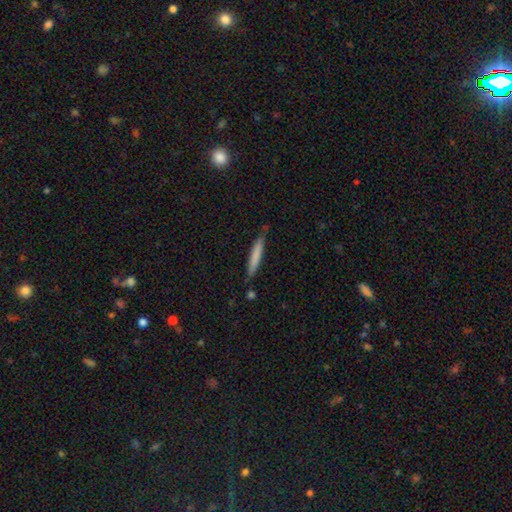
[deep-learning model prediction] smooth_or_featured: smooth (p=0.74) [alt: featured or disk p=0.21]
how_rounded: cigar-shaped (p=0.94) [alt: in between p=0.05]
merging: none (p=0.79) [alt: minor disturbance p=0.16]